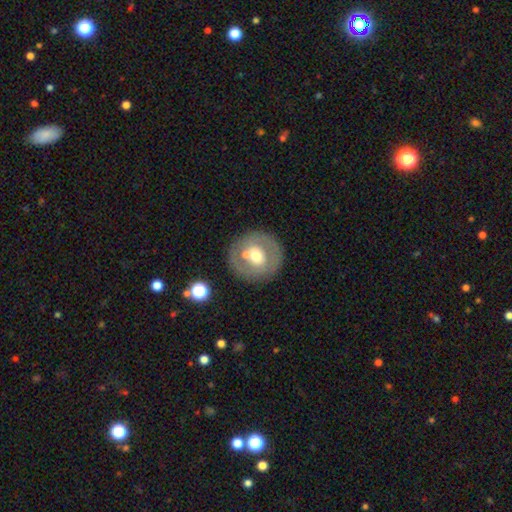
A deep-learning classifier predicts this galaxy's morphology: smooth_or_featured: smooth (p=0.50) [alt: featured or disk p=0.42]
how_rounded: round (p=0.91) [alt: in between p=0.08]
merging: none (p=0.75) [alt: minor disturbance p=0.10]